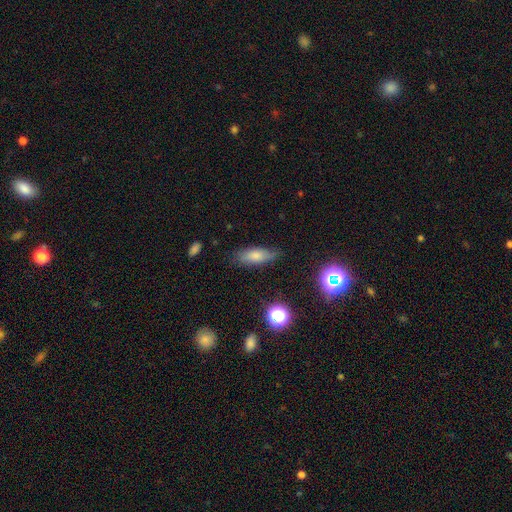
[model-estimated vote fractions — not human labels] smooth 73%, featured or disk 17%, star or artifact 10%. Down the decision tree: how rounded — in between (67%); merging — none (73%).